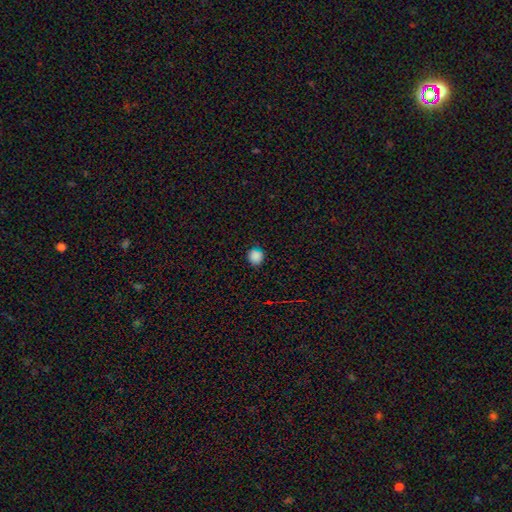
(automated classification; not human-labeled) Smooth or featured? Predicted: smooth (p=0.83). How rounded? Predicted: round (p=0.89). Merging? Predicted: none (p=0.82).